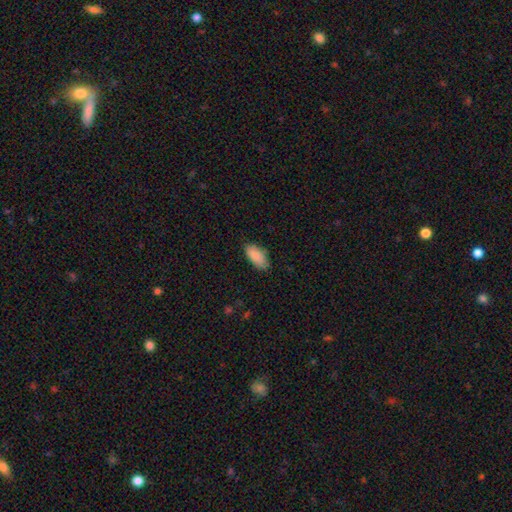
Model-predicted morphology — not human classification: Smooth or featured?
  - smooth: 89% *
  - star or artifact: 6%
  - featured or disk: 5%
How rounded?
  - in between: 92% *
  - cigar-shaped: 6%
  - round: 2%
Merging?
  - none: 79% *
  - minor disturbance: 18%
  - major disturbance: 3%
  - merger: 1%